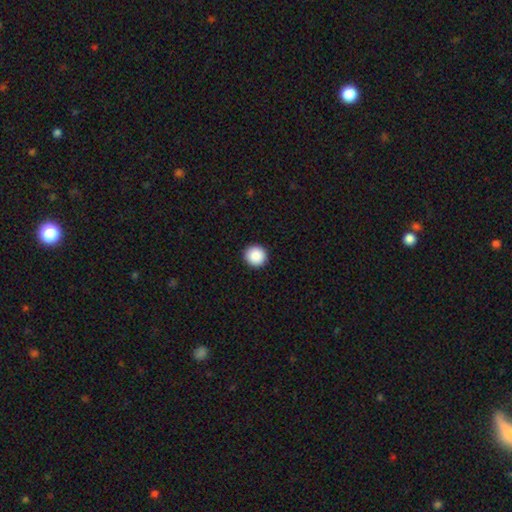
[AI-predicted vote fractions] smooth-or-featured: smooth: 89% | star or artifact: 8% | featured or disk: 2%
  how-rounded: round: 96% | in between: 4% | cigar-shaped: 1%
  merging: none: 93% | minor disturbance: 4% | major disturbance: 1% | merger: 1%